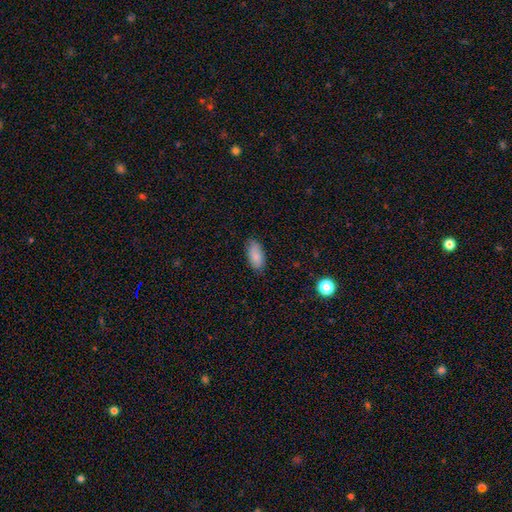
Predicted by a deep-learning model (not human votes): Smooth or featured: smooth — 86% (featured or disk — 7%)
How rounded: in between — 90% (cigar-shaped — 7%)
Merging: none — 83% (minor disturbance — 14%)